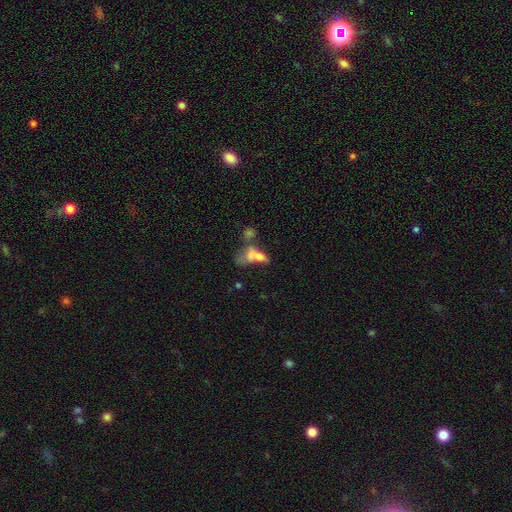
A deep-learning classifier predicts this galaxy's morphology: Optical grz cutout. It shows a smooth galaxy with no disk features (59%) that is in between round and cigar-shaped (74%). Merging: merger (58%).